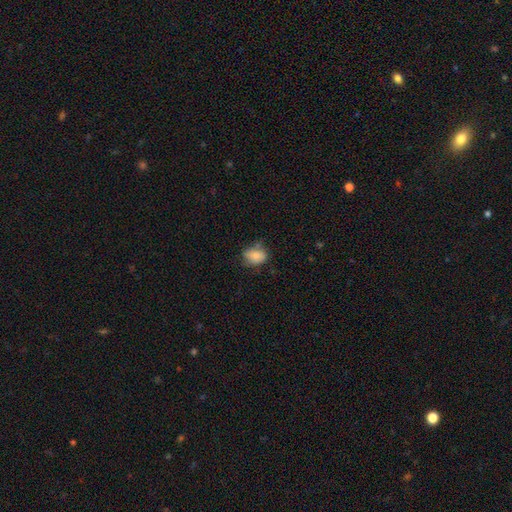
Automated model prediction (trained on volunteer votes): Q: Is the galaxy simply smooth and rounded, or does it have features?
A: smooth — 80%.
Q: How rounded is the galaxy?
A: in between — 68%.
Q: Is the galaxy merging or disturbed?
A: none — 56%.